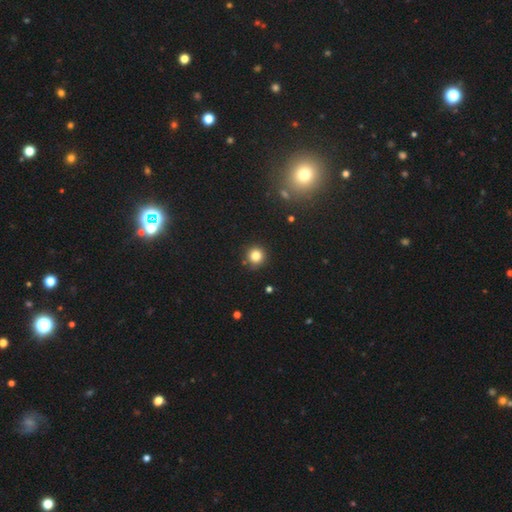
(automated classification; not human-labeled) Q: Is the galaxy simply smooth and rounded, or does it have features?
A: smooth — 81%.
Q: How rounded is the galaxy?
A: round — 94%.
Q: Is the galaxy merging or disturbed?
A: none — 88%.